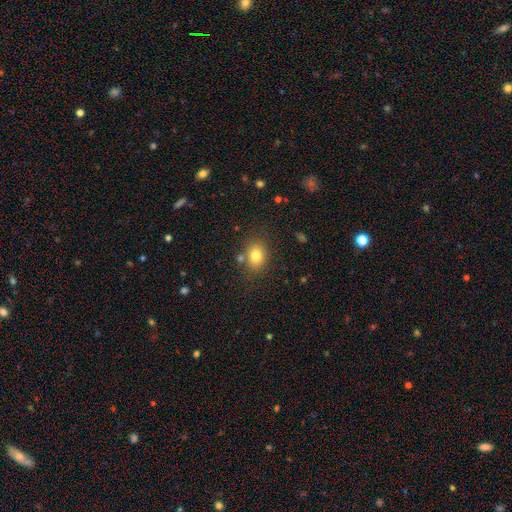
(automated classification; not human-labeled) Smooth or featured? smooth (80%)
How rounded? in between (54%)
Merging? none (76%)